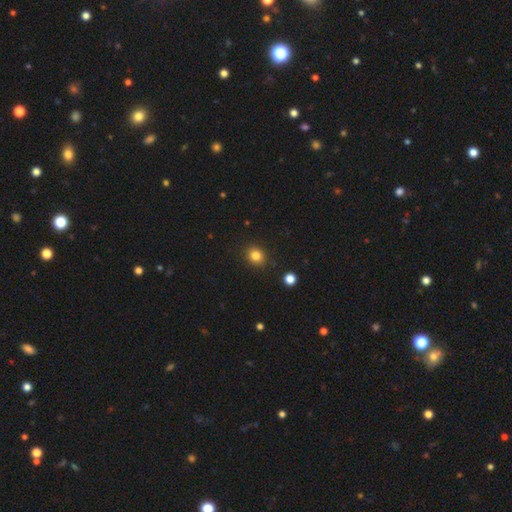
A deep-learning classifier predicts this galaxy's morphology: The model was most divided on "how rounded": round: 74%, in between: 25%, cigar-shaped: 1%. More confident: merging — none (89%); smooth or featured — smooth (83%).